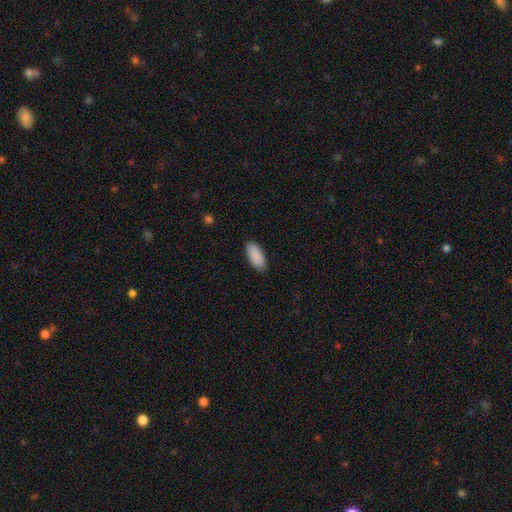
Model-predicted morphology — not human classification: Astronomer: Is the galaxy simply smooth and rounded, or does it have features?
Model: smooth — 91%.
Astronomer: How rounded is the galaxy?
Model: in between — 89%.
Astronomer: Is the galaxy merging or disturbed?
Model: none — 87%.